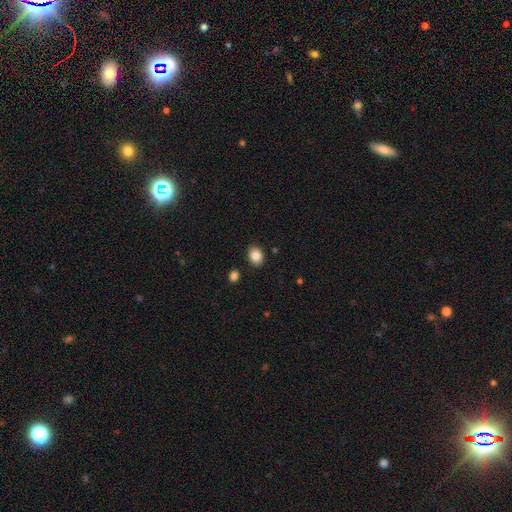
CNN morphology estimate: type=smooth (87%); roundness=round (54%); merging=none (86%).